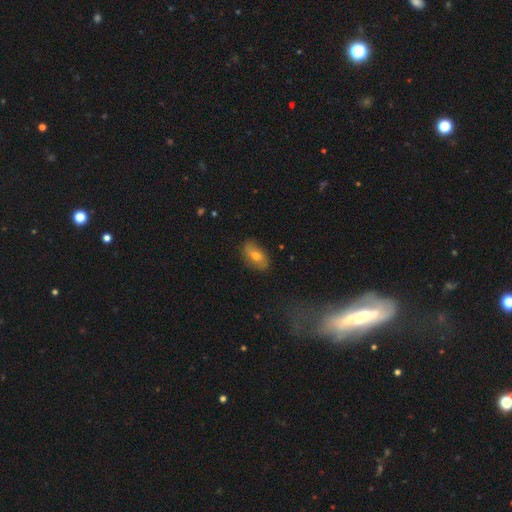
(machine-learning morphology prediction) smooth 56%, featured or disk 34%, star or artifact 9%. Down the decision tree: how rounded — in between (88%); merging — none (80%).